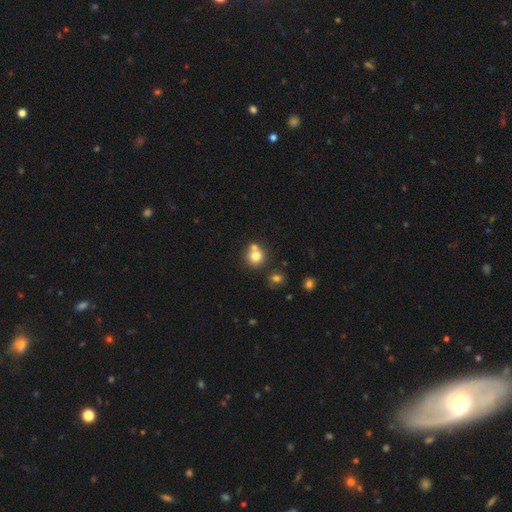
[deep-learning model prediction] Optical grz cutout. It shows a smooth galaxy with no disk features (76%) that is round (86%). Merging: none (54%).